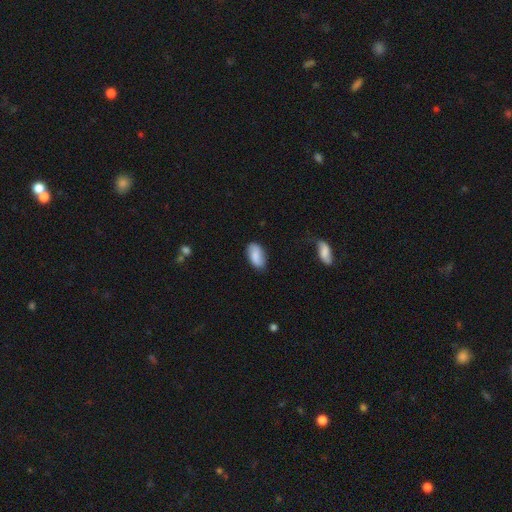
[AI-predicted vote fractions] smooth-or-featured: smooth: 78% | featured or disk: 15% | star or artifact: 7%
  how-rounded: in between: 93% | round: 4% | cigar-shaped: 3%
  merging: none: 77% | minor disturbance: 17% | major disturbance: 3% | merger: 2%